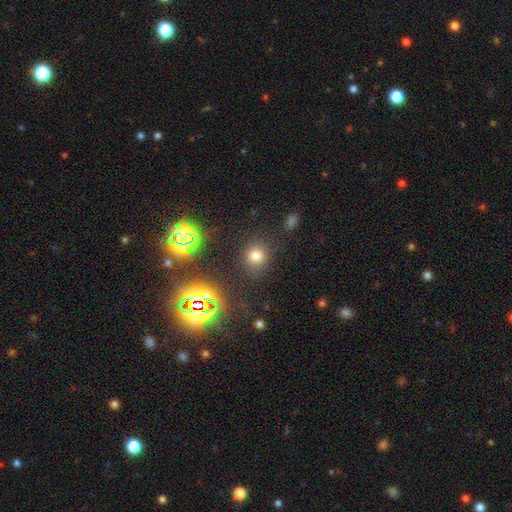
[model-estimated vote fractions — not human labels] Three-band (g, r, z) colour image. It shows a smooth galaxy with no disk features (71%) that is round (82%). Merging: none (83%).